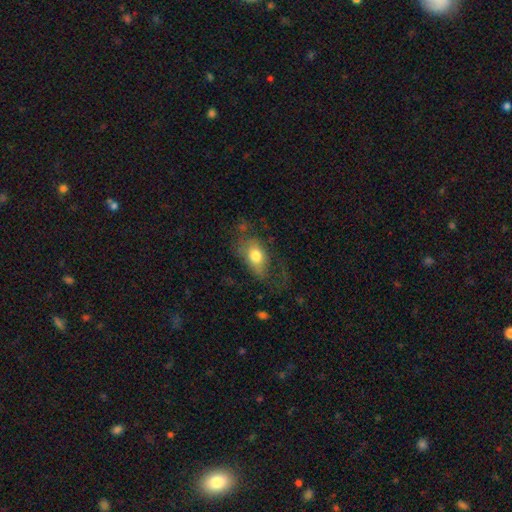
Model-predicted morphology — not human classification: Q: Smooth or featured?
A: smooth (68%); runner-up: featured or disk (25%)
Q: How rounded?
A: in between (86%); runner-up: round (12%)
Q: Merging?
A: major disturbance (37%); runner-up: none (36%)